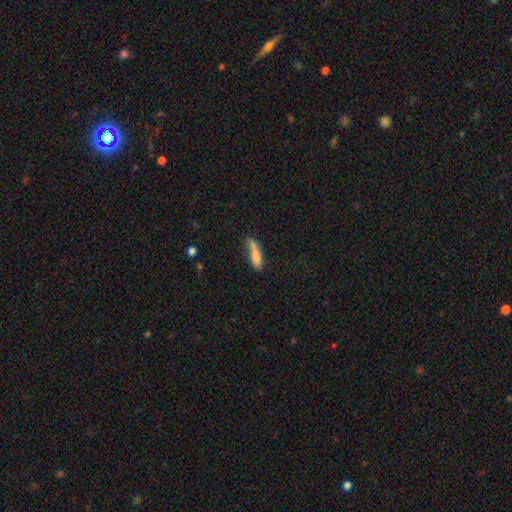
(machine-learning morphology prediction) smooth_or_featured: smooth (p=0.77) [alt: featured or disk p=0.15]
how_rounded: cigar-shaped (p=0.66) [alt: in between p=0.31]
merging: none (p=0.46) [alt: minor disturbance p=0.24]